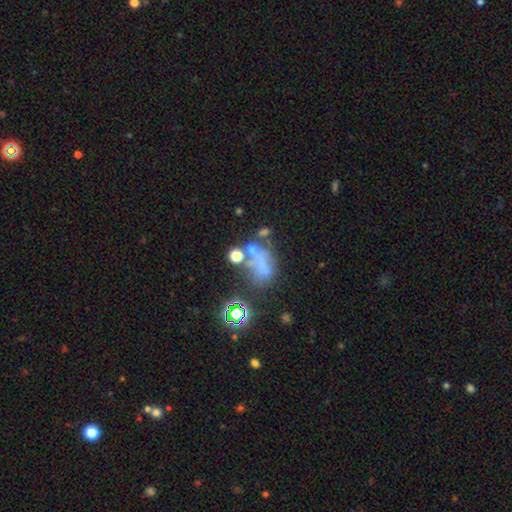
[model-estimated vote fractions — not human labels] smooth 37%, star or artifact 31%, featured or disk 31%. Down the decision tree: merging — none (31%).